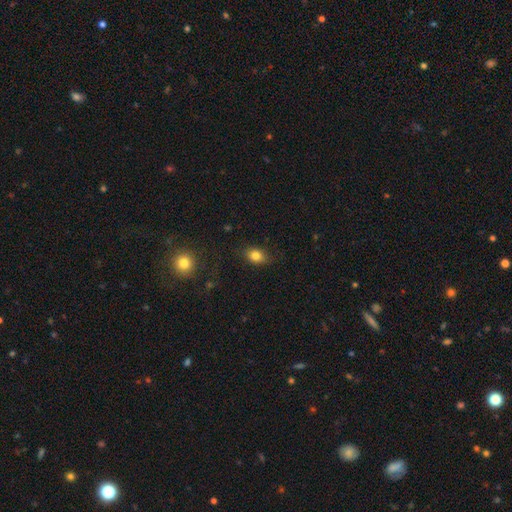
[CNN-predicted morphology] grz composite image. It shows a smooth galaxy with no disk features (82%) that is in between round and cigar-shaped (72%). Merging: none (81%).